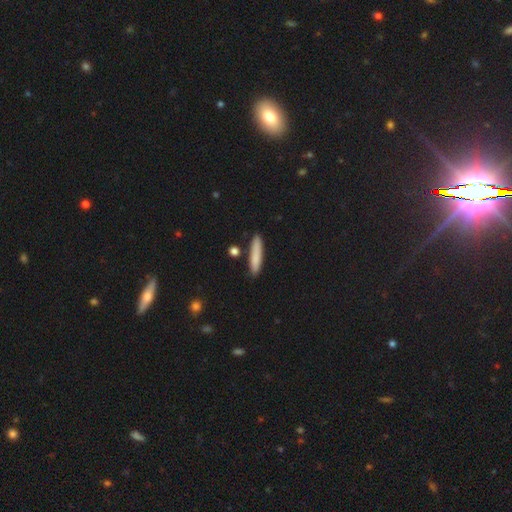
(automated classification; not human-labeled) Q: Smooth or featured?
A: smooth (81%); runner-up: featured or disk (13%)
Q: How rounded?
A: cigar-shaped (90%); runner-up: in between (8%)
Q: Merging?
A: none (85%); runner-up: minor disturbance (9%)